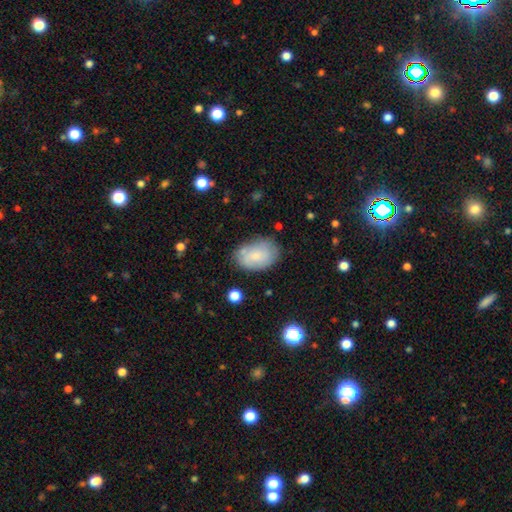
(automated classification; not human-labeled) smooth 69%, featured or disk 23%, star or artifact 8%. Down the decision tree: how rounded — in between (88%); merging — none (71%).